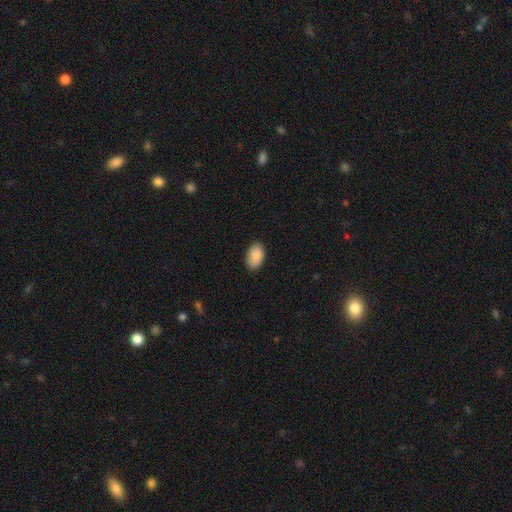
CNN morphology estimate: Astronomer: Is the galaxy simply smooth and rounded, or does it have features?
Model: smooth — 89%.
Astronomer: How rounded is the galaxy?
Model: in between — 92%.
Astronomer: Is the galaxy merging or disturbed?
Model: none — 85%.